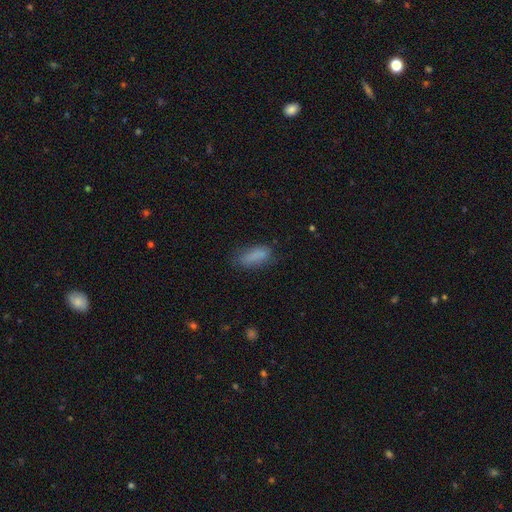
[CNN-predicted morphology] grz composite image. It shows a smooth galaxy with no disk features (81%) that is in between round and cigar-shaped (74%). Merging: none (63%).